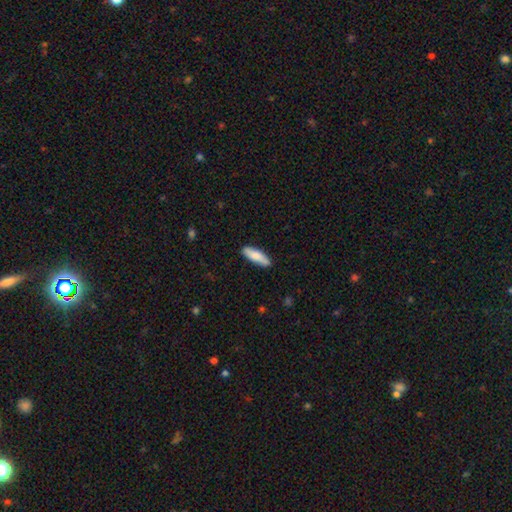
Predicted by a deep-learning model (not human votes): A smooth galaxy with no disk features (79%) that is cigar-shaped (54%).

Vote fractions:
- Smooth or featured? smooth: 79% / featured or disk: 16% / star or artifact: 5%
- How rounded? cigar-shaped: 54% / in between: 44% / round: 2%
- Merging? none: 86% / minor disturbance: 11% / major disturbance: 2% / merger: 1%